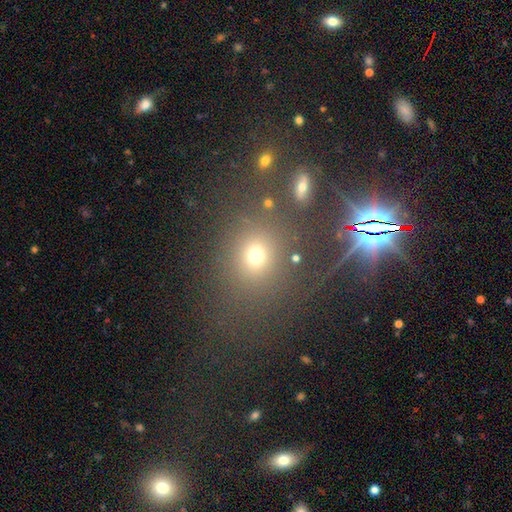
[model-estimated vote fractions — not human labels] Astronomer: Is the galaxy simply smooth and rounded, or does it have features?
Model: smooth — 68%.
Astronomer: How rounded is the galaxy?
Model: round — 73%.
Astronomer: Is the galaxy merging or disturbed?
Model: none — 73%.